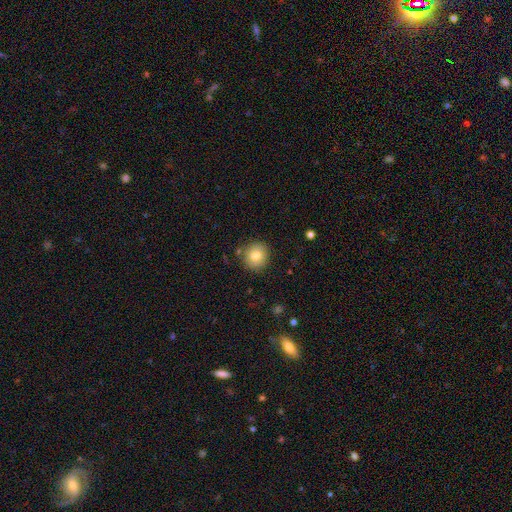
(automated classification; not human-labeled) smooth_or_featured: smooth (p=0.78) [alt: featured or disk p=0.12]
how_rounded: round (p=0.86) [alt: in between p=0.13]
merging: none (p=0.84) [alt: minor disturbance p=0.10]